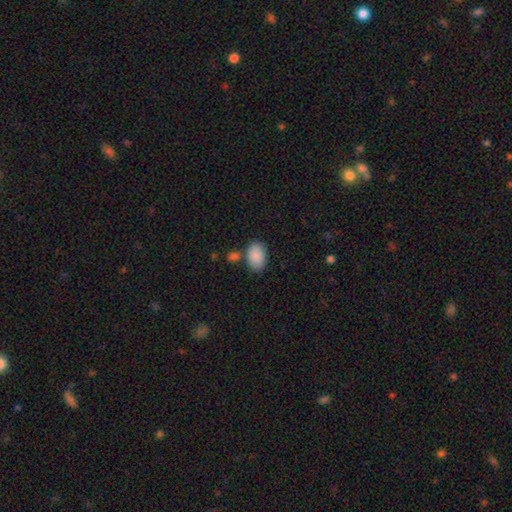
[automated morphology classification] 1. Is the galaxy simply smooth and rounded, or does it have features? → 89% smooth, 6% star or artifact, 5% featured or disk.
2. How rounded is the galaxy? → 90% in between, 9% round, 1% cigar-shaped.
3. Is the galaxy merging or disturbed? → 69% none, 14% minor disturbance, 12% merger, 4% major disturbance.